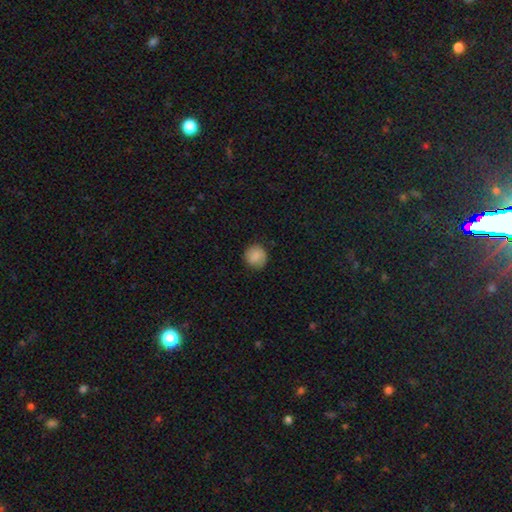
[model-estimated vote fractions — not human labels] Smooth or featured? smooth (85%)
How rounded? round (91%)
Merging? none (85%)